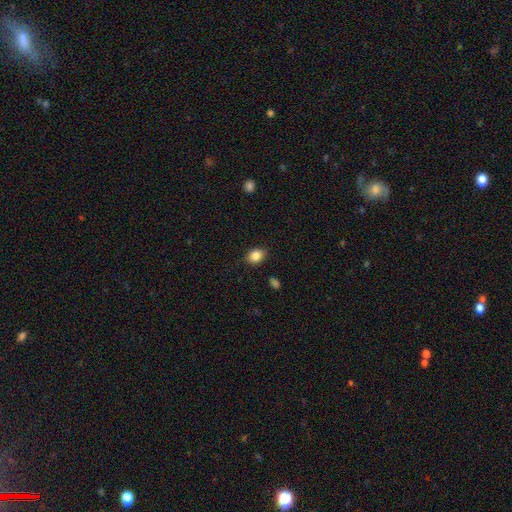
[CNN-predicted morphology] Q: Smooth or featured?
A: smooth (85%); runner-up: star or artifact (9%)
Q: How rounded?
A: in between (56%); runner-up: round (43%)
Q: Merging?
A: none (85%); runner-up: minor disturbance (11%)